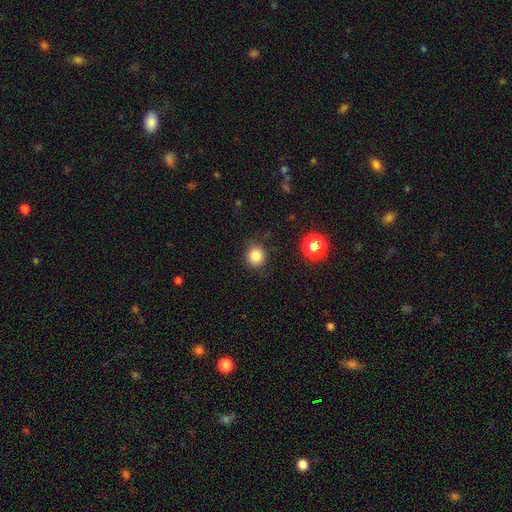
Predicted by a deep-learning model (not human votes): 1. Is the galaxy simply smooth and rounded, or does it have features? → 84% smooth, 12% star or artifact, 4% featured or disk.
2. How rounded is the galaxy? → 87% round, 12% in between, 1% cigar-shaped.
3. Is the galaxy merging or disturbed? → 83% none, 12% minor disturbance, 4% major disturbance, 2% merger.